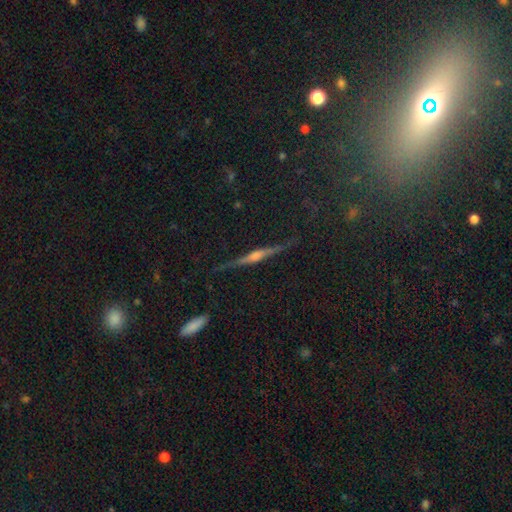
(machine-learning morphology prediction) Smooth or featured?
  - featured or disk: 78% *
  - star or artifact: 12%
  - smooth: 11%
Edge-on disk?
  - yes: 97% *
  - no: 3%
Edge-on bulge?
  - rounded: 78% *
  - boxy: 13%
  - none: 9%
Merging?
  - none: 87% *
  - minor disturbance: 9%
  - major disturbance: 2%
  - merger: 1%